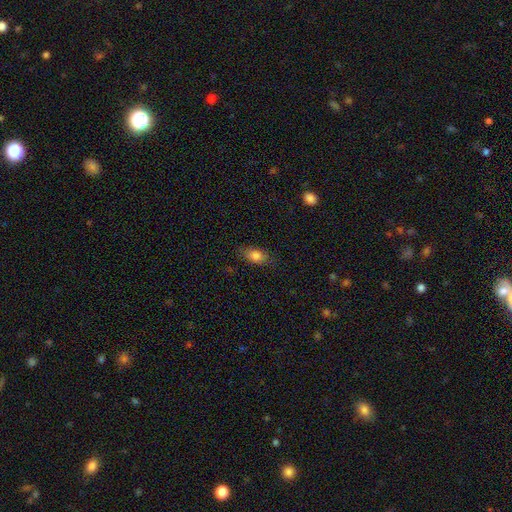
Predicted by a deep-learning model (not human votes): Smooth or featured? smooth (82%)
How rounded? in between (85%)
Merging? none (81%)